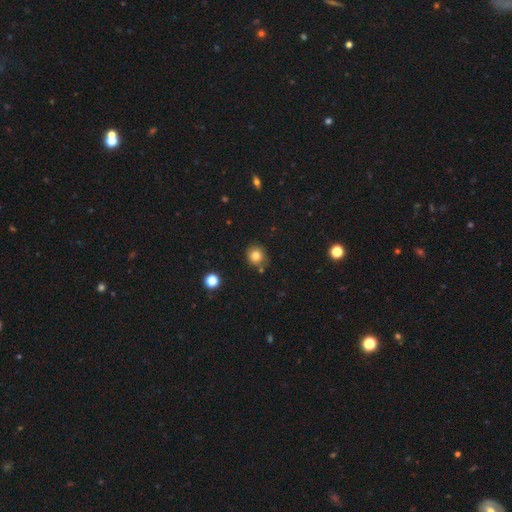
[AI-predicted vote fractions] A smooth galaxy with no disk features (80%) that is round (84%). Merging: none (77%).